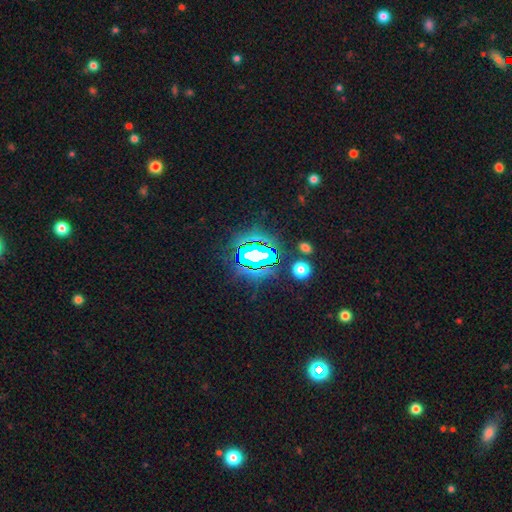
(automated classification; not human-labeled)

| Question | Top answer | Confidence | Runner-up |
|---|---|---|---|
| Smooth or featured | star or artifact | 73% | smooth (14%) |